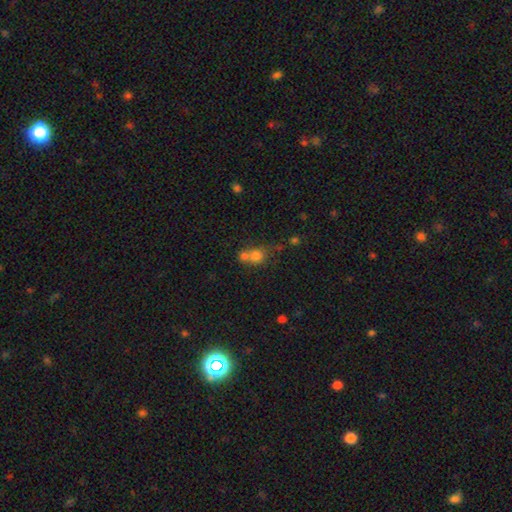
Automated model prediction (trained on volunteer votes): Morphology: type=smooth (74%); roundness=round (75%); merging=merger (55%).